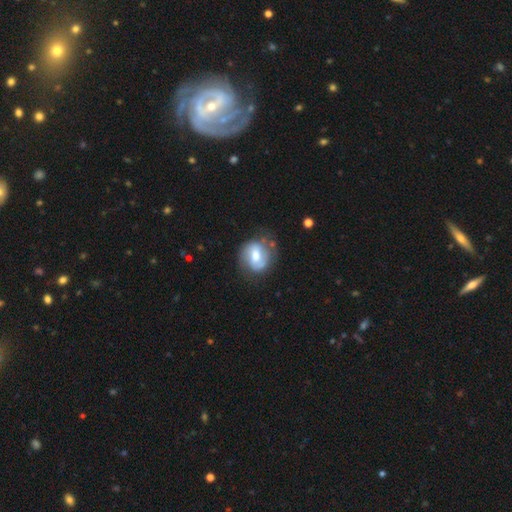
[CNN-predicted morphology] The model was most divided on "smooth or featured": featured or disk: 52%, smooth: 42%, star or artifact: 7%. More confident: edge-on disk — no (96%); merging — none (64%).